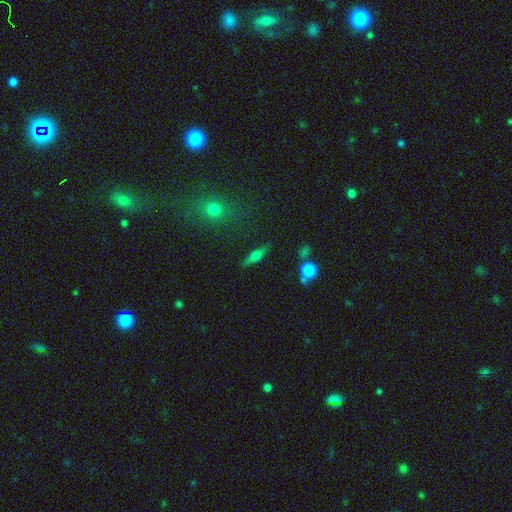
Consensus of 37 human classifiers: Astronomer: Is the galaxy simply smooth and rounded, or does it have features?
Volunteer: featured or disk — 49% (runner-up: smooth, 43%).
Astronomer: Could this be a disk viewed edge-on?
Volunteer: yes — 89%.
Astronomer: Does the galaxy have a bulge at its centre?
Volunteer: rounded — 94%.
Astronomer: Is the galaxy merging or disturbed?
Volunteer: none — 85%.